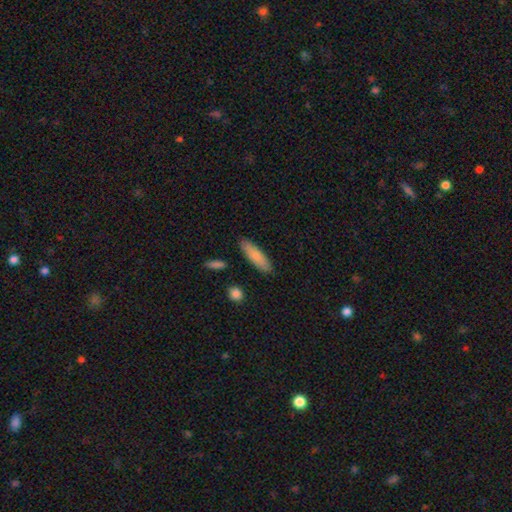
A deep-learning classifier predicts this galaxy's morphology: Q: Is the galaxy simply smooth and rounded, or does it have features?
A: smooth — 84%.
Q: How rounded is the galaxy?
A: cigar-shaped — 60%.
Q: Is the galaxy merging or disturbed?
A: none — 87%.